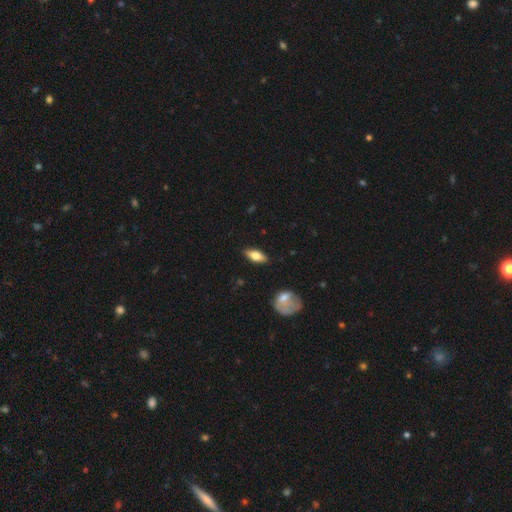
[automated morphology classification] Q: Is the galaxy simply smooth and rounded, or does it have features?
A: smooth — 64%.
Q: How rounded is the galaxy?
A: in between — 74%.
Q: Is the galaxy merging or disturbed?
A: none — 86%.